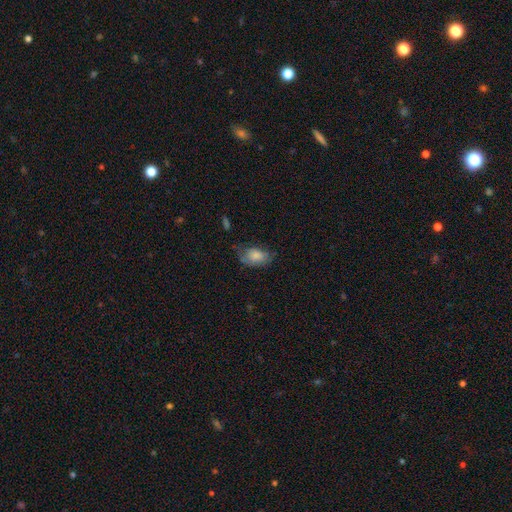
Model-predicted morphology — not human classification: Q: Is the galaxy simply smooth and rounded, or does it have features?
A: smooth — 76%.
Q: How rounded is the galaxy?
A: in between — 86%.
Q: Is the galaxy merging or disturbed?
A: none — 49%.